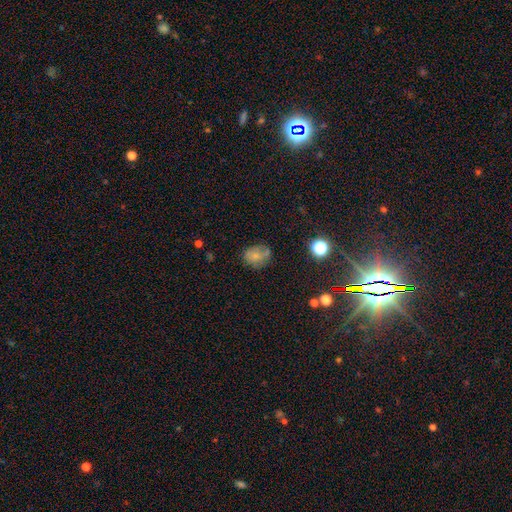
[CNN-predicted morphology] Smooth or featured: smooth — 69% (featured or disk — 17%)
How rounded: in between — 52% (round — 47%)
Merging: none — 53% (minor disturbance — 26%)